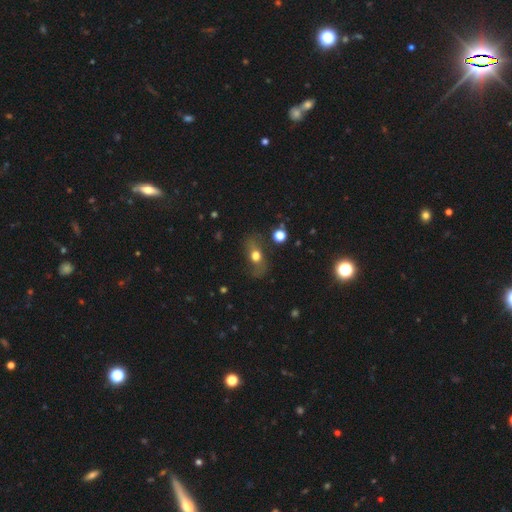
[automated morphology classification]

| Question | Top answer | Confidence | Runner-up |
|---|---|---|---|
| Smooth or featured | smooth | 50% | featured or disk (34%) |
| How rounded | in between | 62% | round (29%) |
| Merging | none | 65% | minor disturbance (19%) |